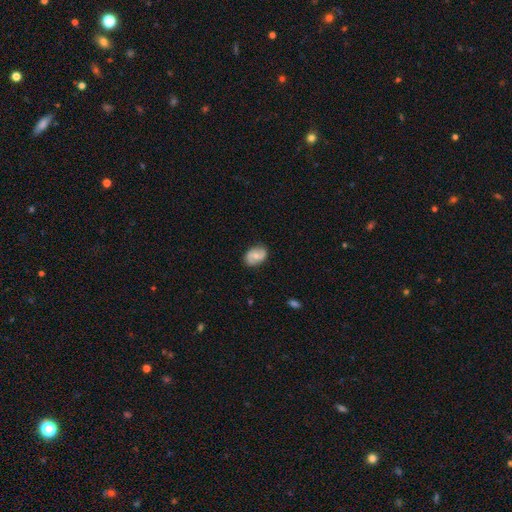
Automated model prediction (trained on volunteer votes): Smooth or featured?
  - featured or disk: 53% *
  - smooth: 40%
  - star or artifact: 7%
Edge-on disk?
  - no: 96% *
  - yes: 4%
Bar?
  - no: 48% *
  - weak: 40%
  - strong: 12%
Spiral arms?
  - yes: 79% *
  - no: 21%
Bulge size?
  - moderate: 54% *
  - small: 38%
  - none: 4%
  - large: 3%
  - dominant: 1%
Merging?
  - none: 80% *
  - minor disturbance: 15%
  - major disturbance: 3%
  - merger: 1%